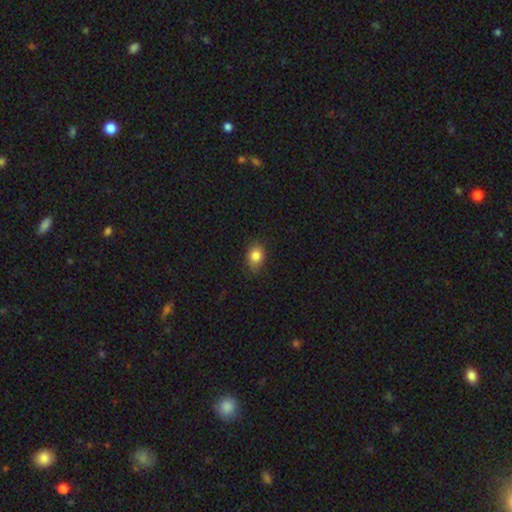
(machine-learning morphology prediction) Q: Smooth or featured?
A: smooth (83%); runner-up: star or artifact (10%)
Q: How rounded?
A: in between (56%); runner-up: round (42%)
Q: Merging?
A: none (78%); runner-up: minor disturbance (18%)